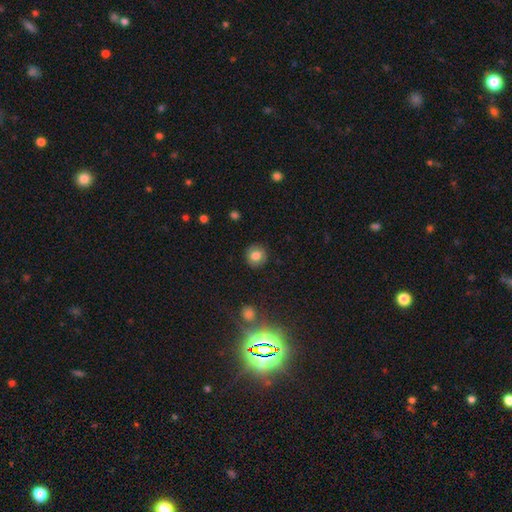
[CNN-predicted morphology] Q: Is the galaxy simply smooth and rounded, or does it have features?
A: smooth — 78%.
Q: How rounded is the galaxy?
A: round — 90%.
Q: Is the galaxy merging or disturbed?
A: none — 89%.